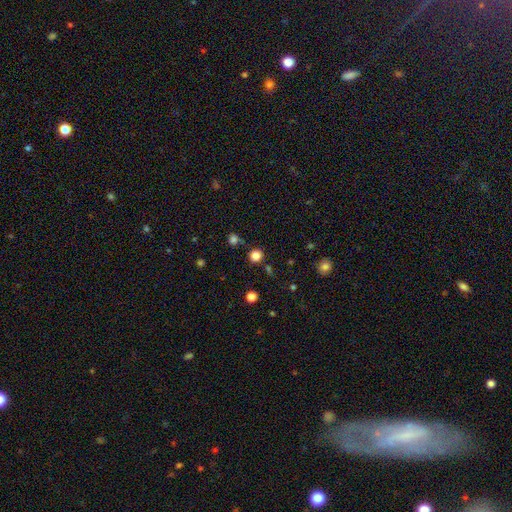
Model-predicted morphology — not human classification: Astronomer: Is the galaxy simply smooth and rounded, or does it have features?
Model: smooth — 81%.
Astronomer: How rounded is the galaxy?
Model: round — 92%.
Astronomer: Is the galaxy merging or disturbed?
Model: none — 81%.